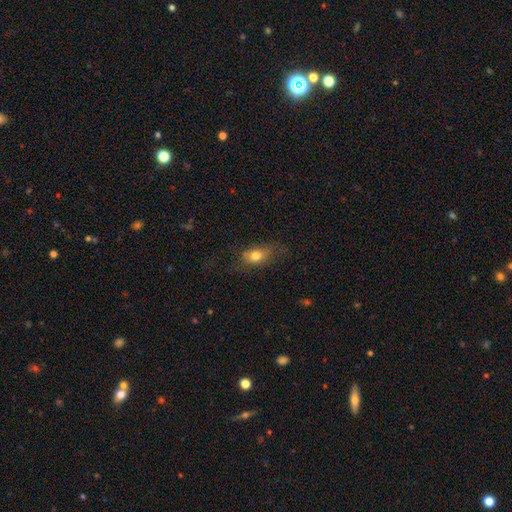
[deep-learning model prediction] Morphology: type=smooth (75%); roundness=in between (77%); merging=none (57%).